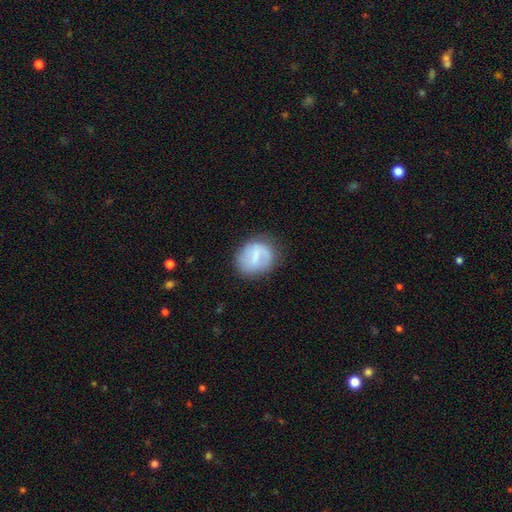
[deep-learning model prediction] The model was most divided on "smooth or featured": smooth: 56%, featured or disk: 36%, star or artifact: 8%. More confident: merging — none (68%); how rounded — round (63%).